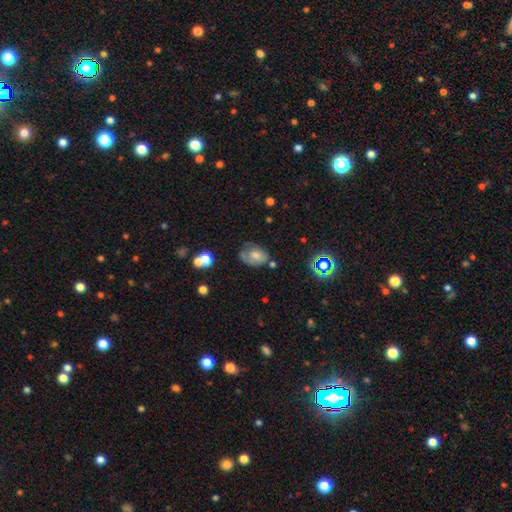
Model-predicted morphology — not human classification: type=smooth (59%); roundness=in between (69%); merging=none (39%).